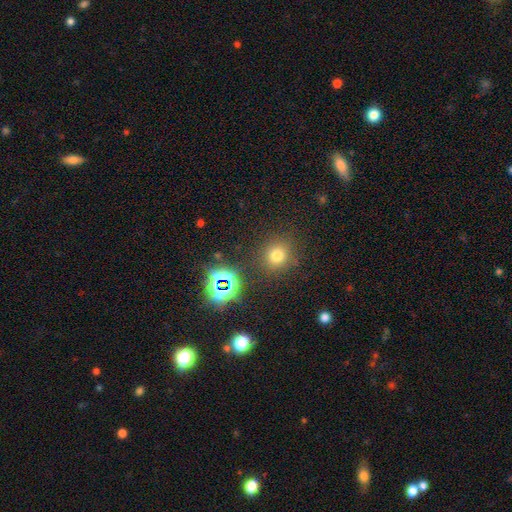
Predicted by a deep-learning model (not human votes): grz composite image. It shows a star or artifact, not a galaxy (51%).